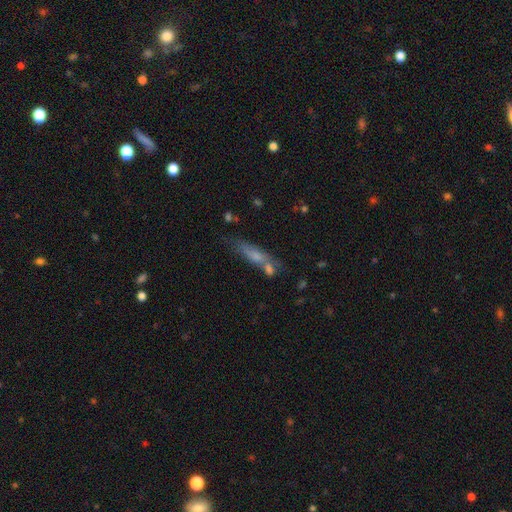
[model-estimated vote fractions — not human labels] This appears to be a smooth galaxy with no disk features (57%) that is cigar-shaped (71%). Merging: none (47%).